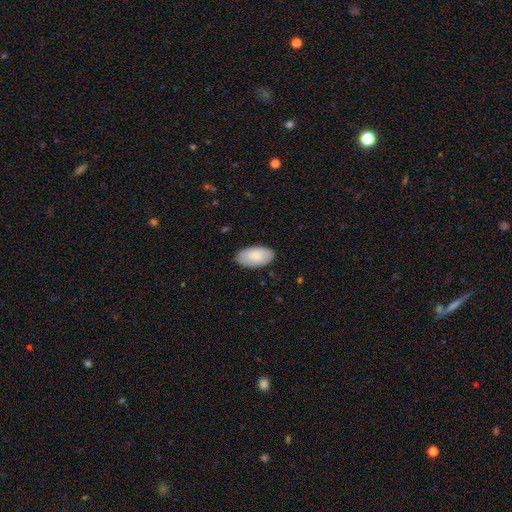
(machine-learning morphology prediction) Smooth or featured?
  - smooth: 84% *
  - featured or disk: 11%
  - star or artifact: 5%
How rounded?
  - in between: 96% *
  - round: 2%
  - cigar-shaped: 2%
Merging?
  - none: 85% *
  - minor disturbance: 12%
  - major disturbance: 2%
  - merger: 1%